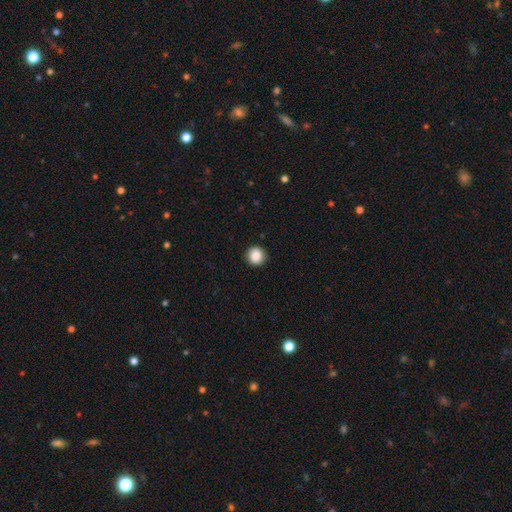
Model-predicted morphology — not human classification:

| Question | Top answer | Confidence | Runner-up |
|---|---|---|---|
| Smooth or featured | smooth | 89% | star or artifact (9%) |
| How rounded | round | 93% | in between (6%) |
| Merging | none | 91% | minor disturbance (6%) |